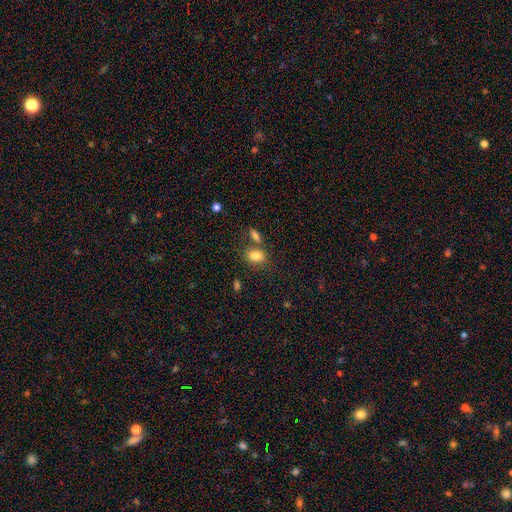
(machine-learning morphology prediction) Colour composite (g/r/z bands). It shows a smooth galaxy with no disk features (81%) that is in between round and cigar-shaped (79%). Merging: none (62%).